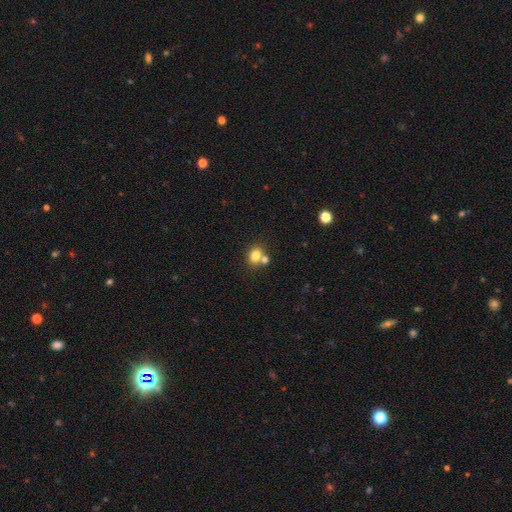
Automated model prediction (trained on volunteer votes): Smooth or featured? Predicted: smooth (p=0.79). How rounded? Predicted: round (p=0.53). Merging? Predicted: none (p=0.52).